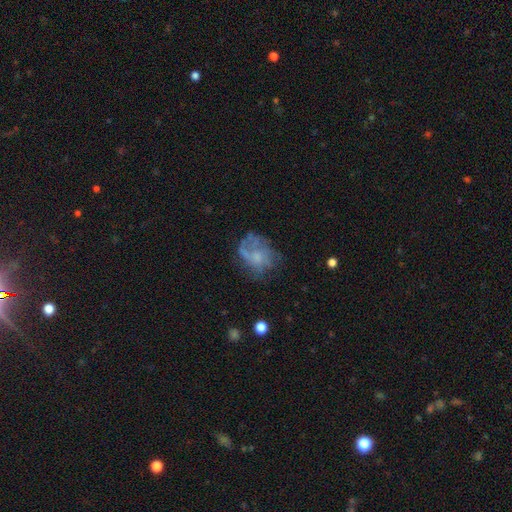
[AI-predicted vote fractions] smooth-or-featured: featured or disk: 54% | smooth: 34% | star or artifact: 12%
  disk-edge-on: no: 97% | yes: 3%
    bar: no: 83% | weak: 15% | strong: 2%
    has-spiral-arms: no: 51% | yes: 49%
    bulge-size: small: 41% | moderate: 28% | none: 27% | large: 3% | dominant: 1%
  merging: none: 47% | major disturbance: 27% | minor disturbance: 23% | merger: 3%